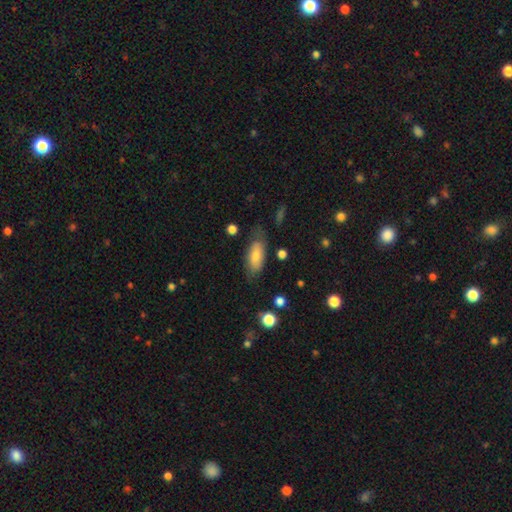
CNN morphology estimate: smooth-or-featured: smooth: 68% | featured or disk: 25% | star or artifact: 8%
  how-rounded: in between: 81% | cigar-shaped: 16% | round: 3%
  merging: none: 67% | minor disturbance: 23% | major disturbance: 8% | merger: 2%